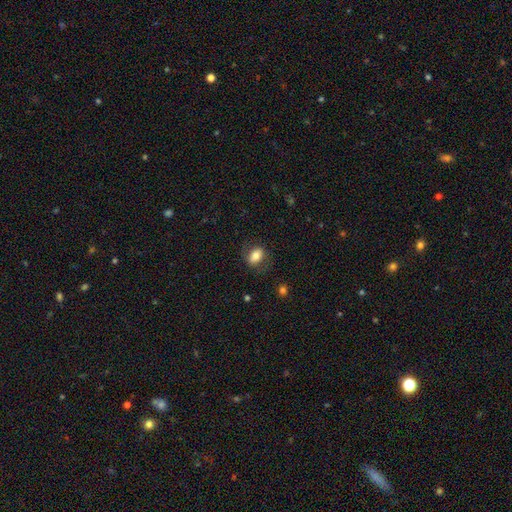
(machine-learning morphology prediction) Smooth or featured? smooth (78%)
How rounded? in between (77%)
Merging? none (76%)